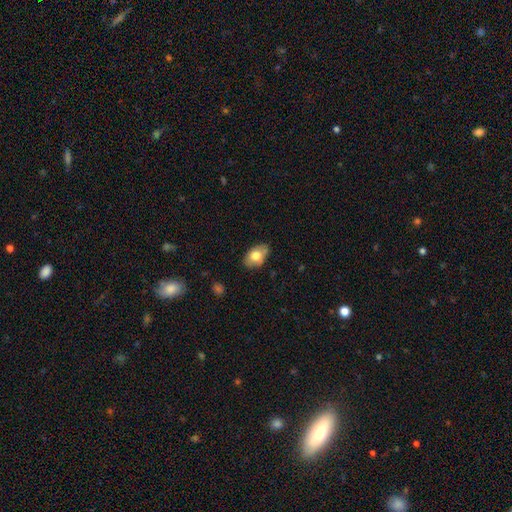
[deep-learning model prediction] Smooth or featured: smooth — 73% (featured or disk — 20%)
How rounded: in between — 87% (round — 12%)
Merging: none — 77% (minor disturbance — 18%)